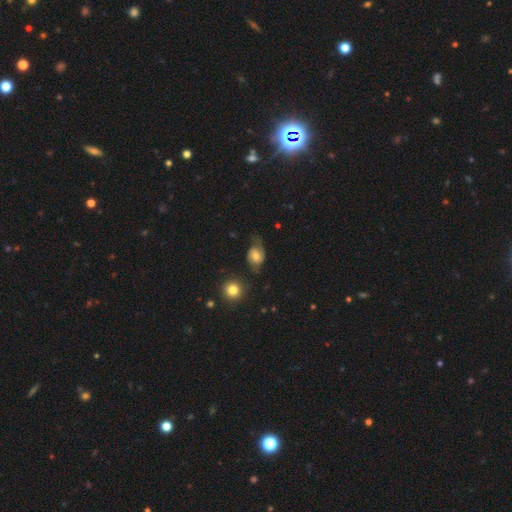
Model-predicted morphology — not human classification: A smooth galaxy with no disk features (51%) that is in between round and cigar-shaped (61%).

Vote fractions:
- Smooth or featured? smooth: 51% / featured or disk: 39% / star or artifact: 10%
- How rounded? in between: 61% / round: 37% / cigar-shaped: 2%
- Merging? none: 47% / minor disturbance: 29% / major disturbance: 21% / merger: 3%